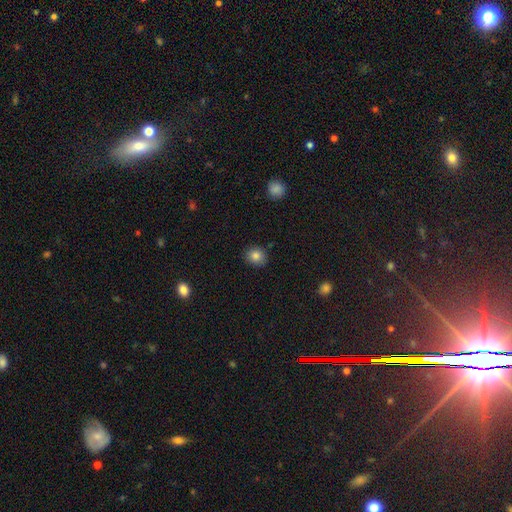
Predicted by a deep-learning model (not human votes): Smooth or featured? Predicted: smooth (p=0.84). How rounded? Predicted: round (p=0.77). Merging? Predicted: none (p=0.87).